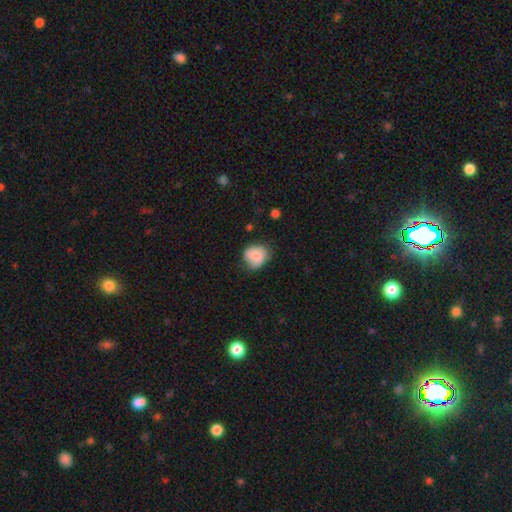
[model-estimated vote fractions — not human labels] smooth-or-featured: smooth: 82% | featured or disk: 11% | star or artifact: 8%
  how-rounded: round: 71% | in between: 28% | cigar-shaped: 1%
  merging: none: 60% | minor disturbance: 31% | major disturbance: 8% | merger: 2%